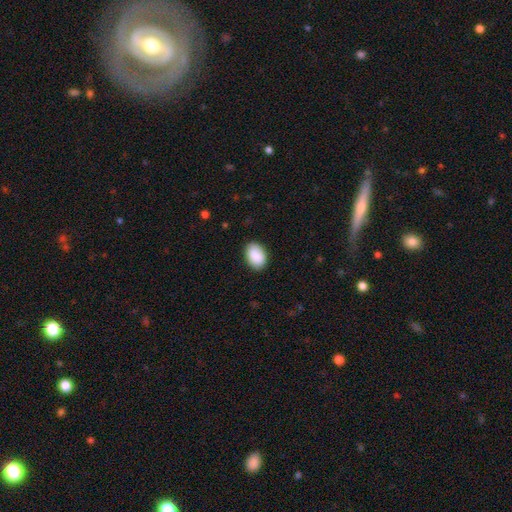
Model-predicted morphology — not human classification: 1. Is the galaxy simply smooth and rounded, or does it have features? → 90% smooth, 6% star or artifact, 4% featured or disk.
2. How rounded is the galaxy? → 88% in between, 11% round, 1% cigar-shaped.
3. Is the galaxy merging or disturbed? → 87% none, 10% minor disturbance, 2% major disturbance, 1% merger.